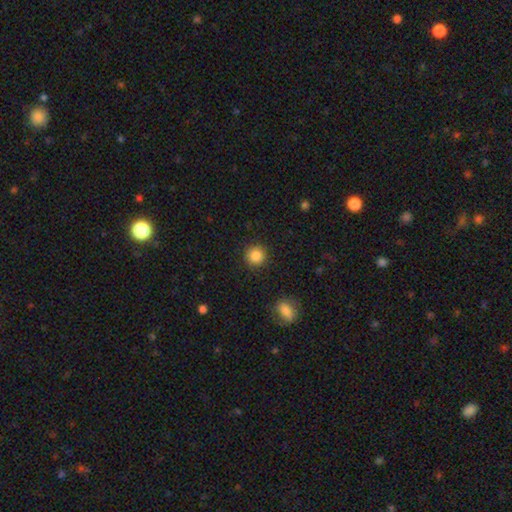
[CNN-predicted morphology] smooth-or-featured: smooth: 86% | star or artifact: 10% | featured or disk: 4%
  how-rounded: round: 94% | in between: 5% | cigar-shaped: 1%
  merging: none: 91% | minor disturbance: 6% | major disturbance: 2% | merger: 1%